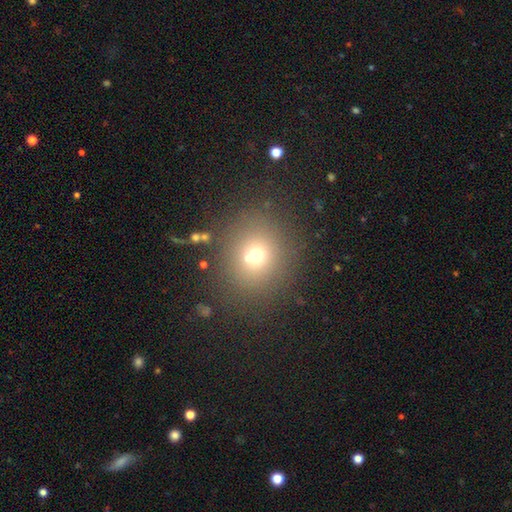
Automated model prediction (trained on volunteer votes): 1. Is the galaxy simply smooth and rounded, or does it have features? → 65% smooth, 20% star or artifact, 15% featured or disk.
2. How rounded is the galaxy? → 82% round, 17% in between, 1% cigar-shaped.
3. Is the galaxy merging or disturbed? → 70% none, 16% merger, 9% minor disturbance, 5% major disturbance.